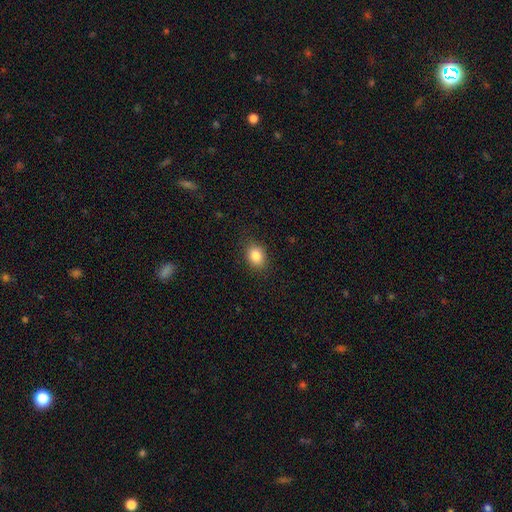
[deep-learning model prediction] This appears to be a smooth galaxy with no disk features (85%) that is in between round and cigar-shaped (58%). Merging: none (85%).